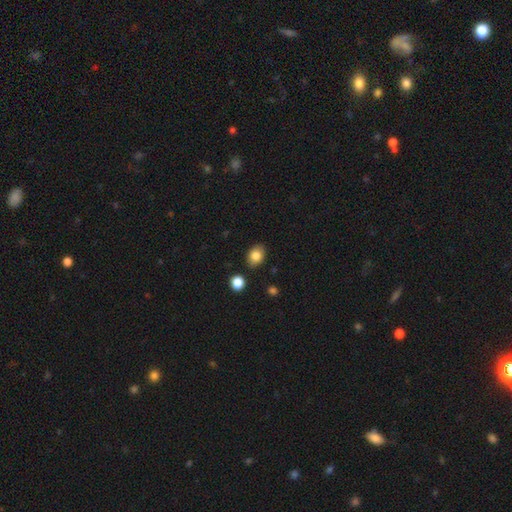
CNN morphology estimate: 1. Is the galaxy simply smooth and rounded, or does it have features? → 83% smooth, 9% star or artifact, 8% featured or disk.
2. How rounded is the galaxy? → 67% in between, 32% round, 1% cigar-shaped.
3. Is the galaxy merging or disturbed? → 84% none, 10% minor disturbance, 3% merger, 2% major disturbance.